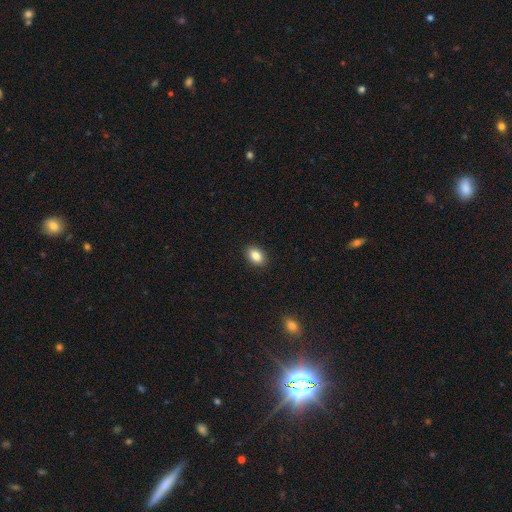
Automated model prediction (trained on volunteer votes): Smooth or featured? Predicted: smooth (p=0.86). How rounded? Predicted: in between (p=0.85). Merging? Predicted: none (p=0.90).